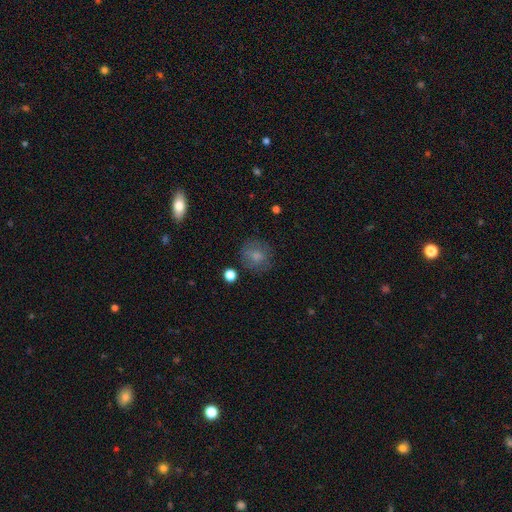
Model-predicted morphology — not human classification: Smooth or featured? smooth (78%)
How rounded? round (82%)
Merging? none (77%)